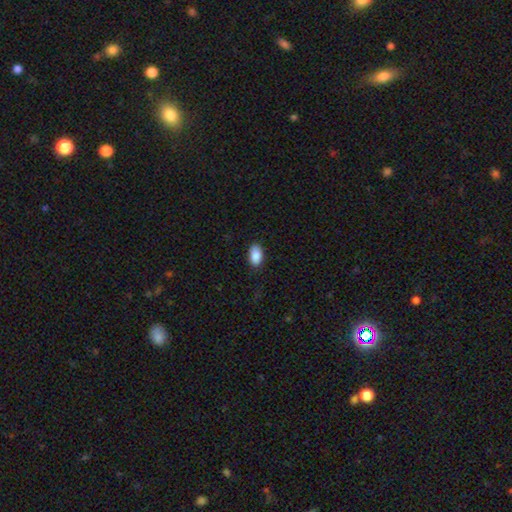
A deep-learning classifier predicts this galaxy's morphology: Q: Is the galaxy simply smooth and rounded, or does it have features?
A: smooth — 89%.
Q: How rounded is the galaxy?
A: in between — 93%.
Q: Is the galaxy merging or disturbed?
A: none — 83%.